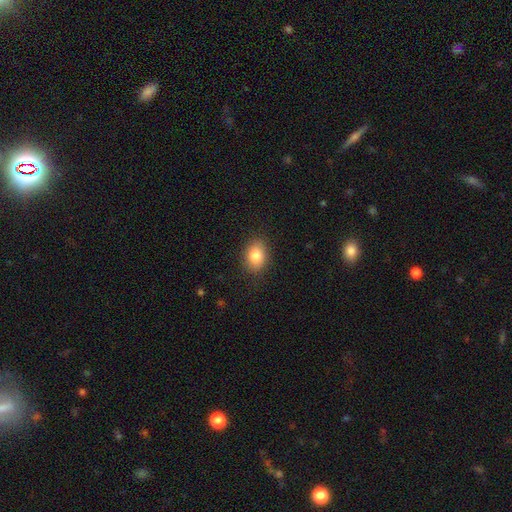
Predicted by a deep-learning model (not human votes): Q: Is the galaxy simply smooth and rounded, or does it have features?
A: smooth — 84%.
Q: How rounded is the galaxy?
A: in between — 70%.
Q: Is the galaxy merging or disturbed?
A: none — 86%.